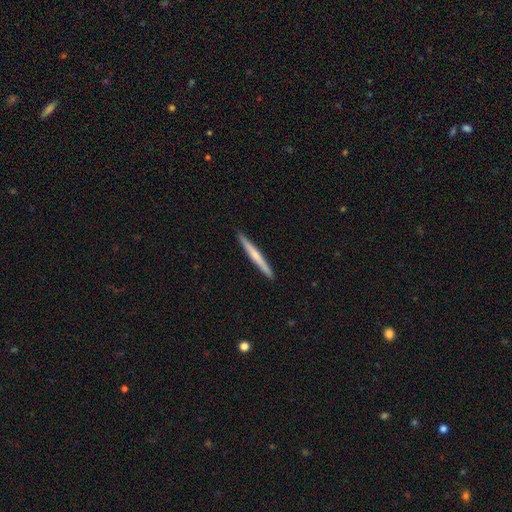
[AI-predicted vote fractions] Smooth or featured? Predicted: smooth (p=0.54). How rounded? Predicted: cigar-shaped (p=0.97). Merging? Predicted: none (p=0.92).